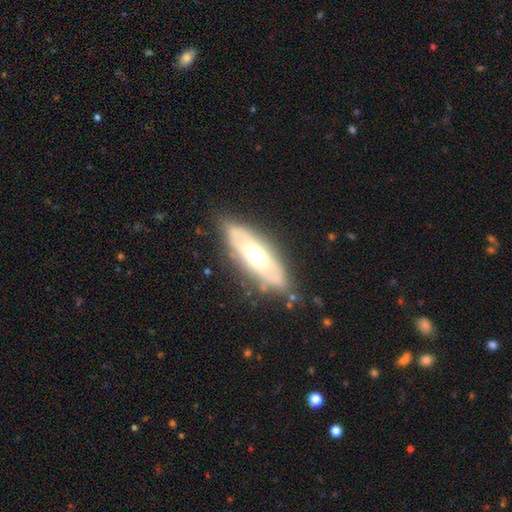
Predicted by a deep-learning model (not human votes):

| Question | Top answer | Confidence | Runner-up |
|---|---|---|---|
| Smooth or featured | featured or disk | 57% | smooth (37%) |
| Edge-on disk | no | 66% | yes (34%) |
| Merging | none | 77% | minor disturbance (17%) |